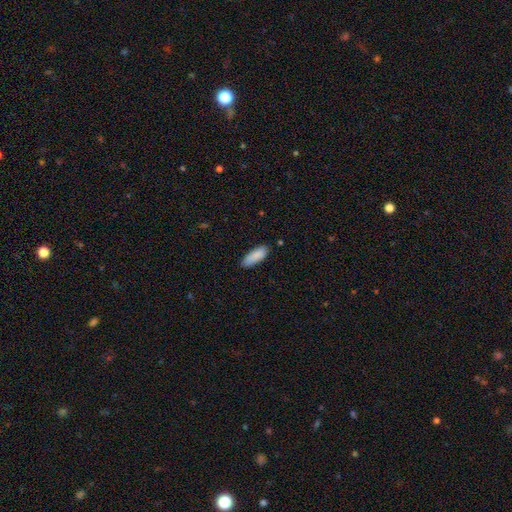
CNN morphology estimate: Smooth or featured? Predicted: smooth (p=0.88). How rounded? Predicted: in between (p=0.66). Merging? Predicted: none (p=0.81).